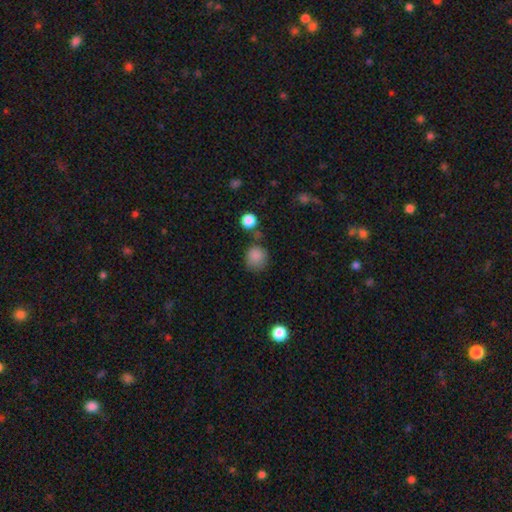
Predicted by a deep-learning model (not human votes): smooth 84%, star or artifact 11%, featured or disk 5%. Down the decision tree: how rounded — round (82%); merging — none (66%).